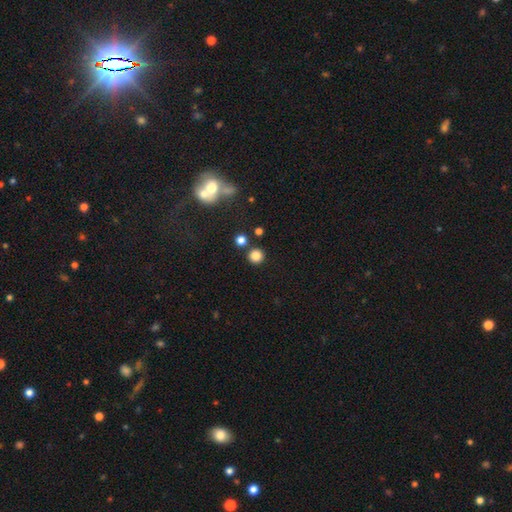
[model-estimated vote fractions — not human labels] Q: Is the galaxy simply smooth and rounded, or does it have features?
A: smooth — 82%.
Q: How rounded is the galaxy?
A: round — 94%.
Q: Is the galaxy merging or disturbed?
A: none — 85%.